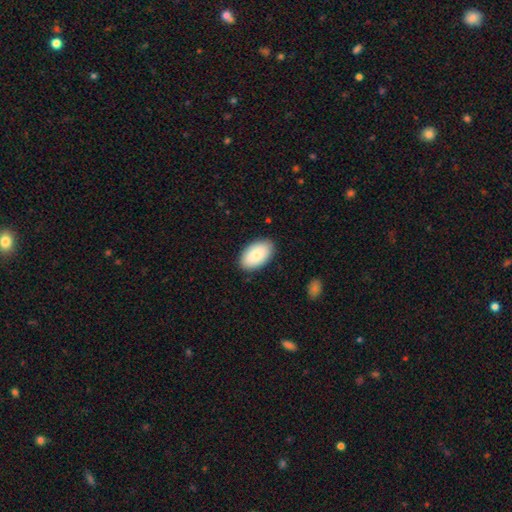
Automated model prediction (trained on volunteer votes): Q: Smooth or featured?
A: smooth (87%); runner-up: featured or disk (8%)
Q: How rounded?
A: in between (95%); runner-up: round (3%)
Q: Merging?
A: none (88%); runner-up: minor disturbance (9%)